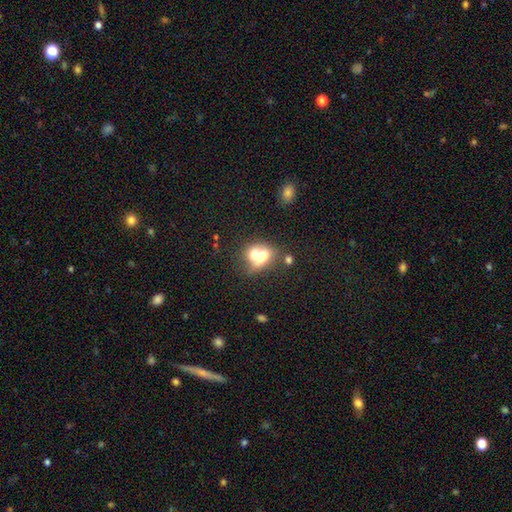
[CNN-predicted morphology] smooth 63%, featured or disk 27%, star or artifact 10%. Down the decision tree: how rounded — round (54%); merging — merger (70%).